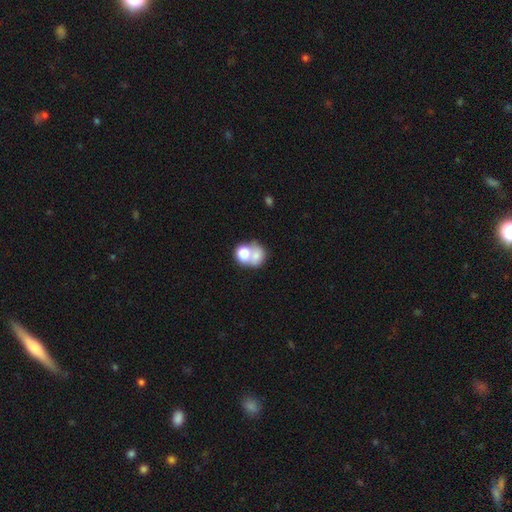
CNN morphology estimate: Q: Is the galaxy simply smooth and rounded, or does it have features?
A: smooth — 68%.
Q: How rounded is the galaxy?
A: round — 59%.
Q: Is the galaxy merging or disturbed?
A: merger — 62%.